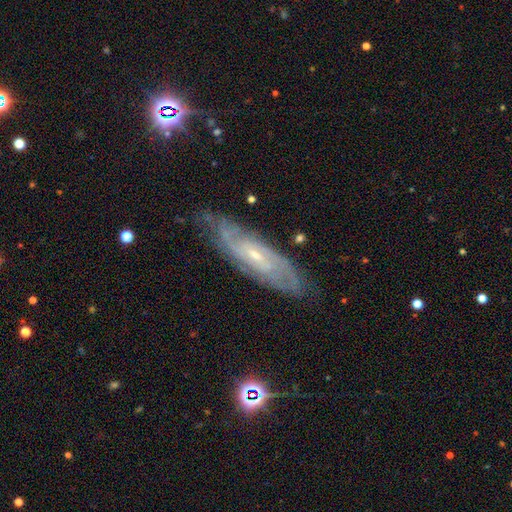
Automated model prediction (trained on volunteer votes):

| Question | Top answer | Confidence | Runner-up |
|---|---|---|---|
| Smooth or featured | featured or disk | 81% | smooth (11%) |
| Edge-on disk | no | 81% | yes (19%) |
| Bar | no | 53% | weak (37%) |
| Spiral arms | yes | 94% | no (6%) |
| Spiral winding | tight | 62% | medium (30%) |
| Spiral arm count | can't tell | 43% | 2 (27%) |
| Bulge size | small | 76% | moderate (20%) |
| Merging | none | 76% | minor disturbance (18%) |